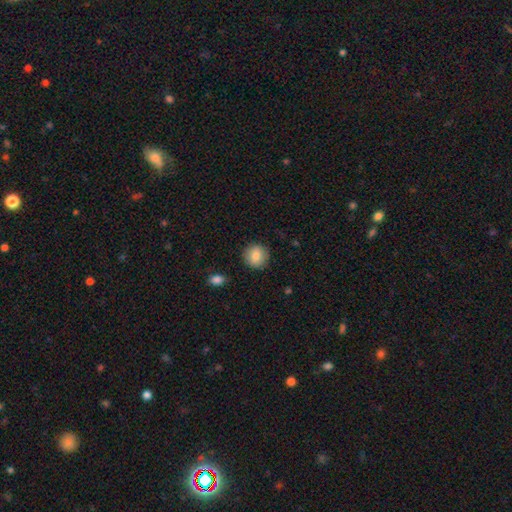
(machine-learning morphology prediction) type=smooth (84%); roundness=round (91%); merging=none (88%).